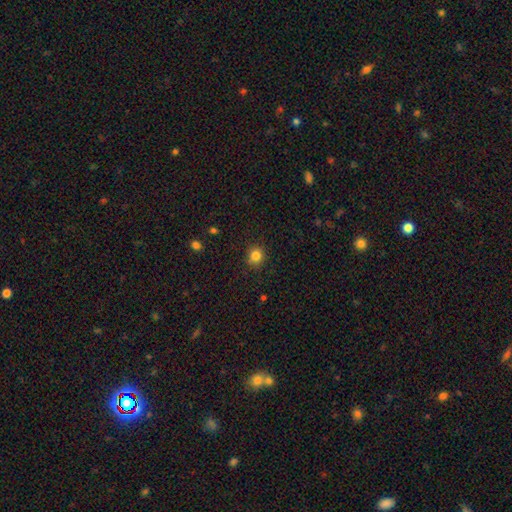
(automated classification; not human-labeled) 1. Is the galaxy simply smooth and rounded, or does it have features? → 83% smooth, 12% star or artifact, 5% featured or disk.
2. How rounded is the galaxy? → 86% round, 13% in between, 1% cigar-shaped.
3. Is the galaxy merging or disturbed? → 87% none, 10% minor disturbance, 2% major disturbance, 1% merger.